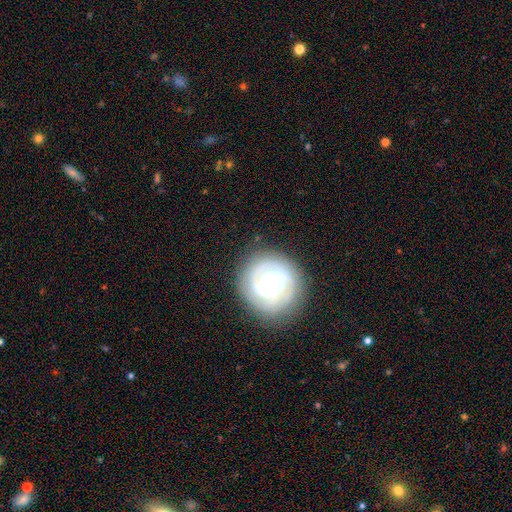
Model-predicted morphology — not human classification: The model was most divided on "bulge size": moderate: 45%, large: 38%, small: 8%, dominant: 6%, none: 2%. Remaining: edge-on disk — no (97%); merging — none (82%); spiral arms — yes (82%); spiral winding — tight (75%); smooth or featured — featured or disk (69%); bar — no (55%); spiral arm count — 2 (40%).